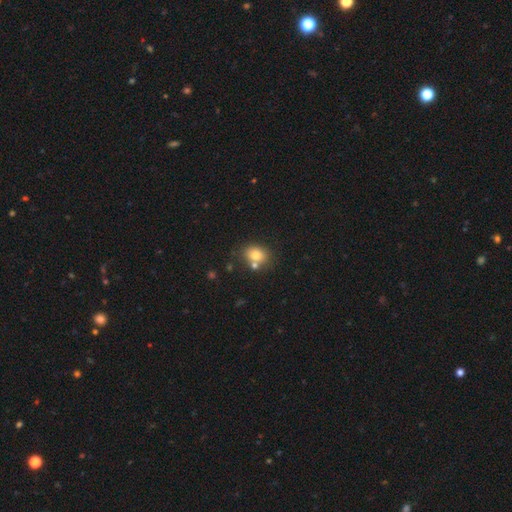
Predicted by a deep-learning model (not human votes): Morphology: type=smooth (77%); roundness=in between (50%); merging=none (62%).